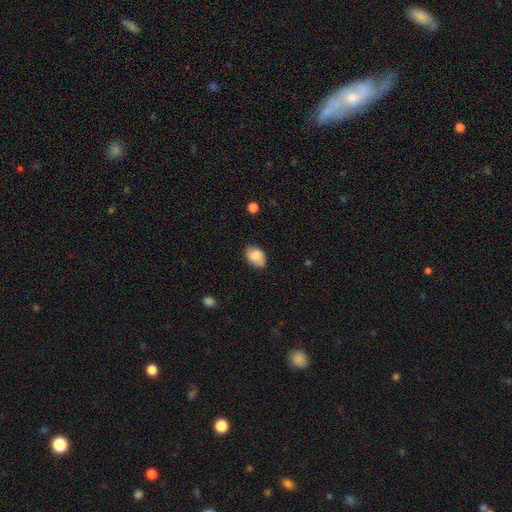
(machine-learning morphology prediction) This appears to be a smooth galaxy with no disk features (78%) that is in between round and cigar-shaped (81%). Merging: none (72%).